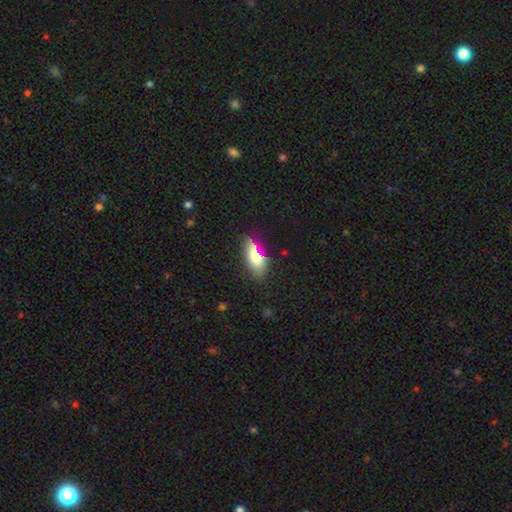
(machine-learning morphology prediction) smooth-or-featured: smooth: 74% | featured or disk: 16% | star or artifact: 10%
  how-rounded: in between: 78% | cigar-shaped: 18% | round: 4%
  merging: none: 73% | minor disturbance: 18% | major disturbance: 5% | merger: 4%